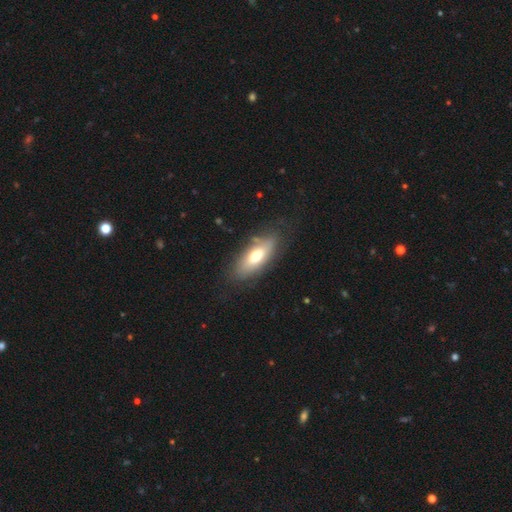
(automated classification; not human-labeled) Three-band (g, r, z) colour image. It shows a smooth galaxy with no disk features (63%) that is in between round and cigar-shaped (79%). Merging: none (74%).